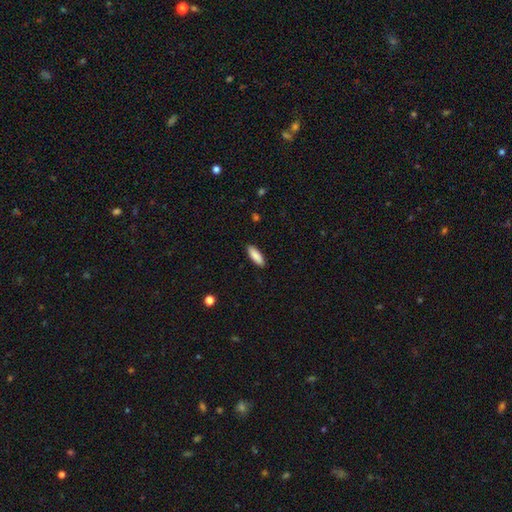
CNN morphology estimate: type=smooth (88%); roundness=in between (58%); merging=none (89%).